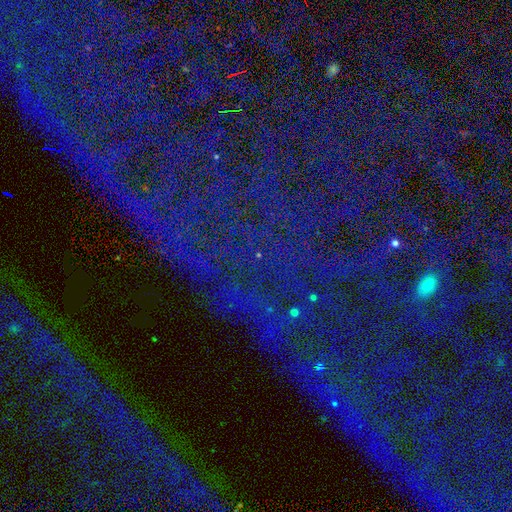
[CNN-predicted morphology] Smooth or featured: star or artifact — 80% (smooth — 11%)